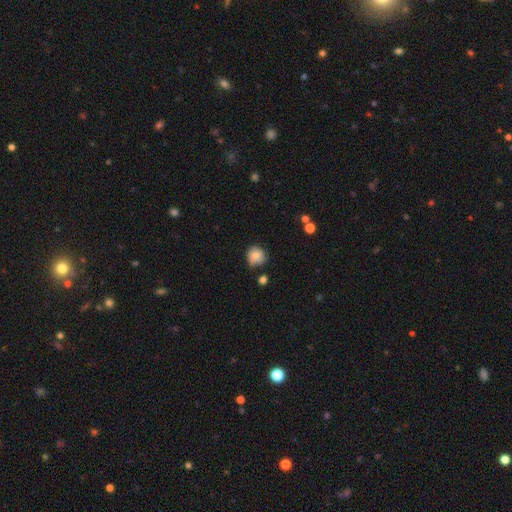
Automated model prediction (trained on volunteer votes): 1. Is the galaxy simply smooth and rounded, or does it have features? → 78% smooth, 13% featured or disk, 9% star or artifact.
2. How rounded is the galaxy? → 86% round, 13% in between, 1% cigar-shaped.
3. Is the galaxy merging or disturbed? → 59% none, 29% minor disturbance, 6% major disturbance, 5% merger.